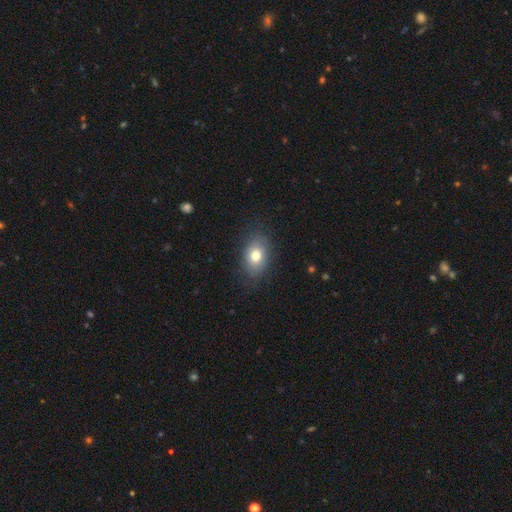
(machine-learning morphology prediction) type=smooth (77%); roundness=in between (78%); merging=none (81%).